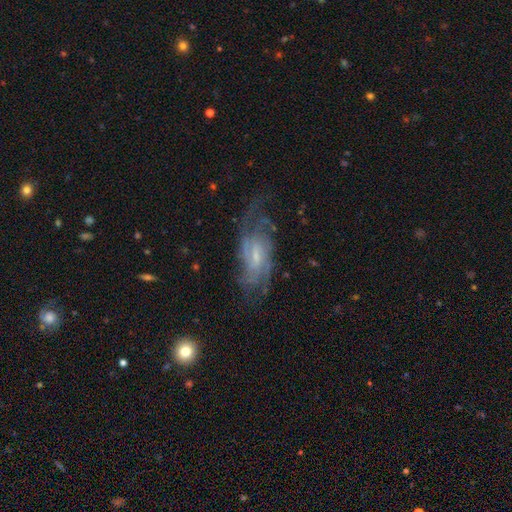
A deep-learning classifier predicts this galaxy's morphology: Overall: featured or disk (80%). Edge-on disk: no (93%). Bar: weak (54%; no 31%). Spiral arms: yes (92%). Spiral arm count: can't tell (39%; 2 27%). Spiral winding: medium (43%; tight 39%). Bulge size: small (59%; moderate 27%). Merging: none (58%; minor disturbance 21%).